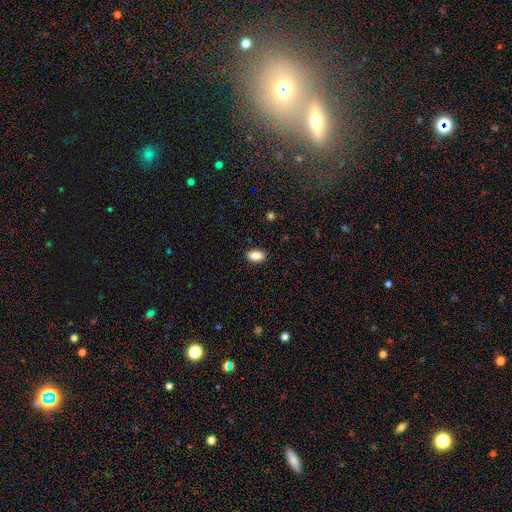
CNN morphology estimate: smooth-or-featured: smooth: 88% | star or artifact: 8% | featured or disk: 4%
  how-rounded: in between: 91% | round: 8% | cigar-shaped: 2%
  merging: none: 90% | minor disturbance: 8% | major disturbance: 2% | merger: 1%